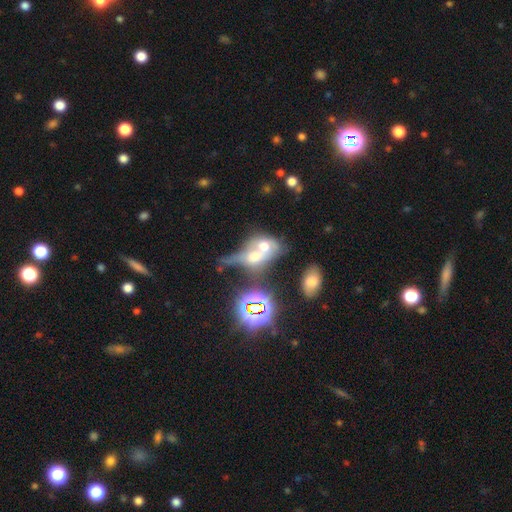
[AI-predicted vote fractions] Smooth or featured? Predicted: smooth (p=0.47). Merging? Predicted: merger (p=0.69).